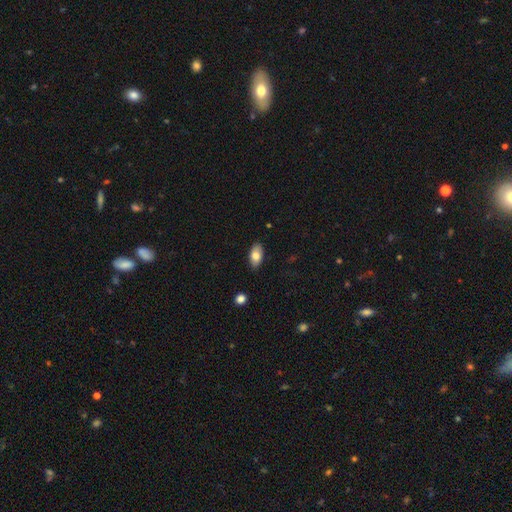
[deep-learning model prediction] The model was most divided on "smooth or featured": smooth: 78%, featured or disk: 15%, star or artifact: 7%. More confident: how rounded — in between (93%); merging — none (87%).